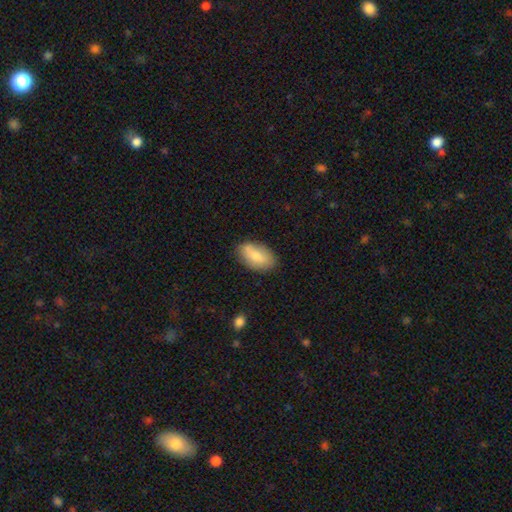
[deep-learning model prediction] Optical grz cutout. It shows a smooth galaxy with no disk features (74%) that is in between round and cigar-shaped (92%). Merging: none (75%).